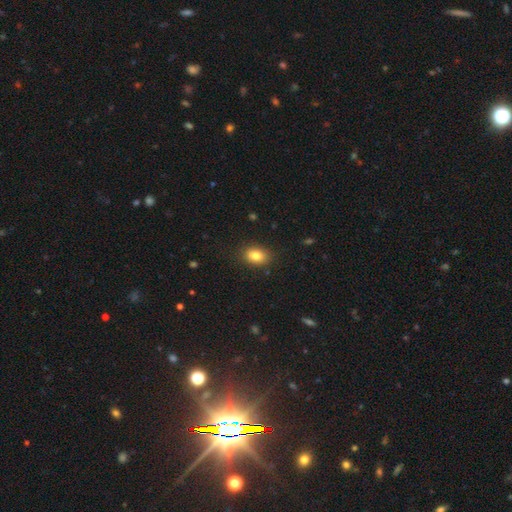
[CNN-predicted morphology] Smooth or featured? smooth (82%)
How rounded? in between (70%)
Merging? none (85%)